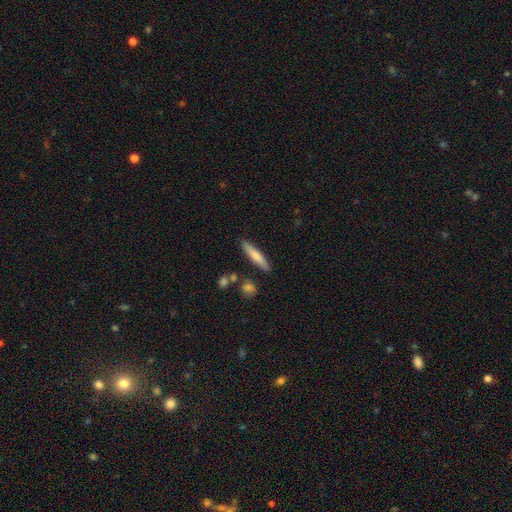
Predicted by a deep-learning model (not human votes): Morphology: type=smooth (69%); roundness=cigar-shaped (88%); merging=none (86%).